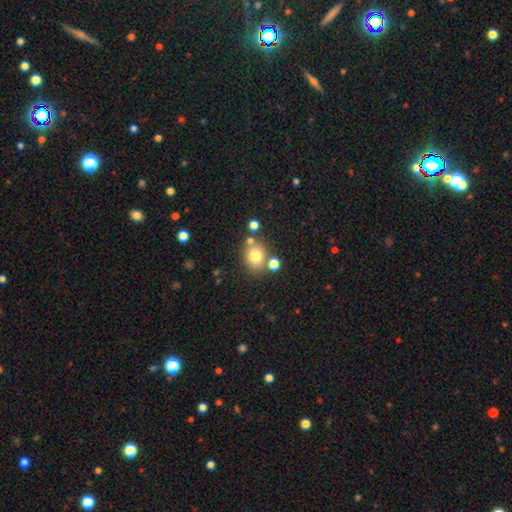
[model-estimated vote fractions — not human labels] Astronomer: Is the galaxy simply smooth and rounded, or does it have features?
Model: smooth — 76%.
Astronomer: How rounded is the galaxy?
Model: round — 61% (runner-up: in between, 38%).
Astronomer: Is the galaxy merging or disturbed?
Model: none — 70%.